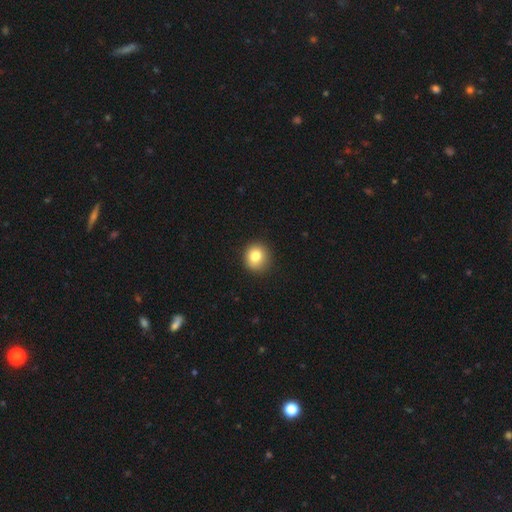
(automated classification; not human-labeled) A smooth galaxy with no disk features (82%) that is round (86%).

Vote fractions:
- Smooth or featured? smooth: 82% / star or artifact: 10% / featured or disk: 8%
- How rounded? round: 86% / in between: 13% / cigar-shaped: 1%
- Merging? none: 87% / minor disturbance: 9% / major disturbance: 2% / merger: 1%